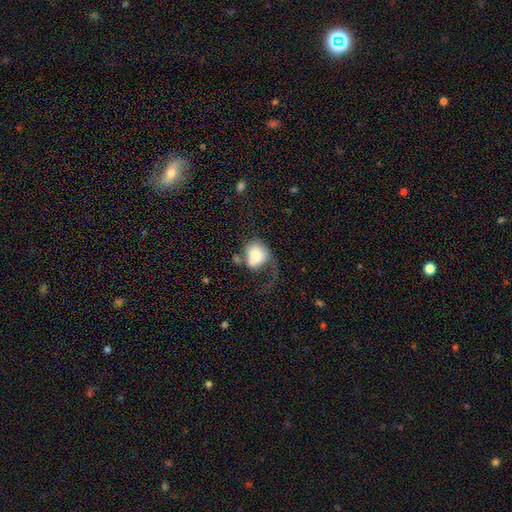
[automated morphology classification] smooth_or_featured: smooth (p=0.73) [alt: featured or disk p=0.19]
how_rounded: round (p=0.51) [alt: in between p=0.48]
merging: major disturbance (p=0.45) [alt: none p=0.22]